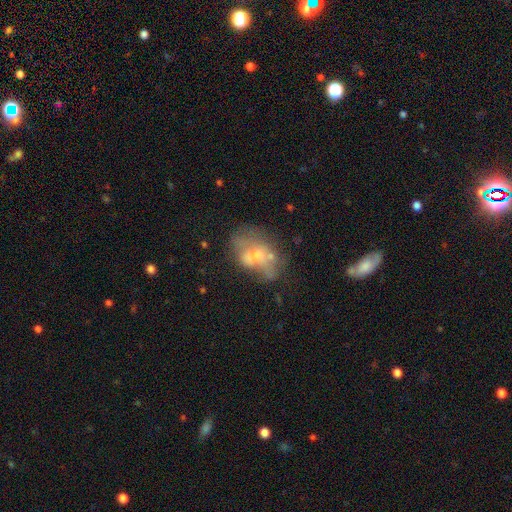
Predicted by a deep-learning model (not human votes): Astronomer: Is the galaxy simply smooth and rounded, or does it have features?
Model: featured or disk — 48% (runner-up: smooth, 40%).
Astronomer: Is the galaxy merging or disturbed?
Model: none — 34% (runner-up: major disturbance, 28%).